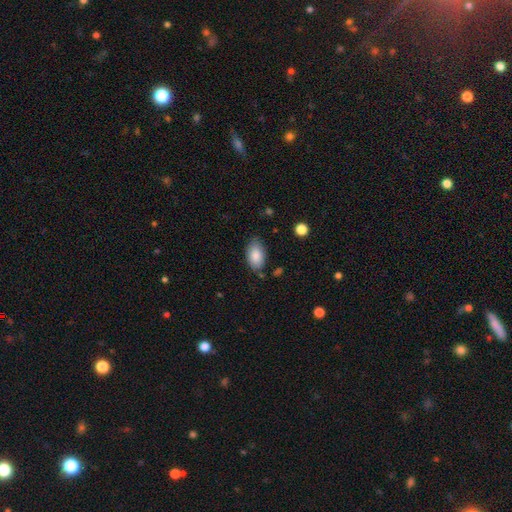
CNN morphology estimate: This appears to be a smooth galaxy with no disk features (86%) that is in between round and cigar-shaped (94%). Merging: none (76%).